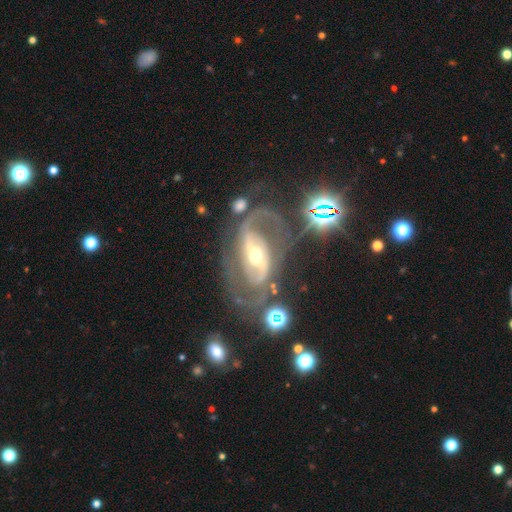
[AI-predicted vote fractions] This appears to be a featured or disk galaxy (87%) with a strong bar (45%), 2 (75%) medium (47%) spiral arms (92%) and a moderate central bulge (50%). Merging: none (61%).